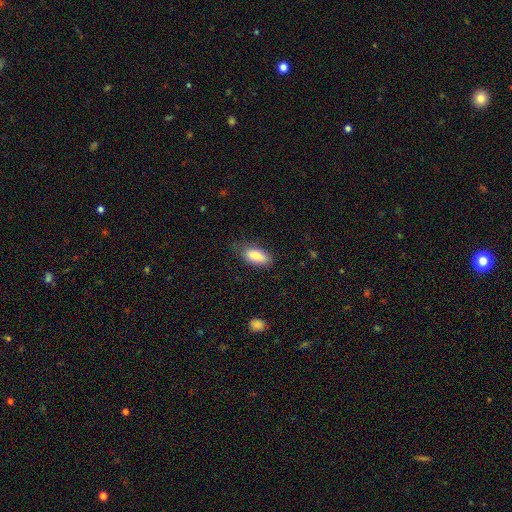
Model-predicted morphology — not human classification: Overall: smooth (83%). How rounded: in between (86%). Merging: none (69%).